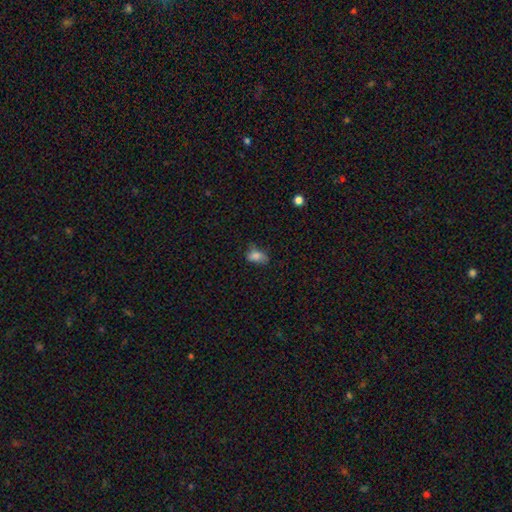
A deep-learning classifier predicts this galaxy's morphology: A smooth galaxy with no disk features (80%) that is in between round and cigar-shaped (87%).

Vote fractions:
- Smooth or featured? smooth: 80% / star or artifact: 11% / featured or disk: 10%
- How rounded? in between: 87% / round: 9% / cigar-shaped: 4%
- Merging? none: 48% / minor disturbance: 35% / major disturbance: 14% / merger: 3%